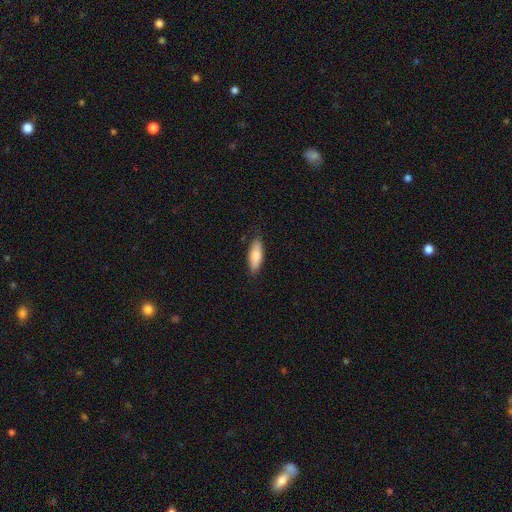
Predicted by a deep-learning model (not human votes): A smooth galaxy with no disk features (84%) that is in between round and cigar-shaped (68%).

Vote fractions:
- Smooth or featured? smooth: 84% / featured or disk: 10% / star or artifact: 6%
- How rounded? in between: 68% / cigar-shaped: 30% / round: 2%
- Merging? none: 83% / minor disturbance: 14% / major disturbance: 3% / merger: 1%